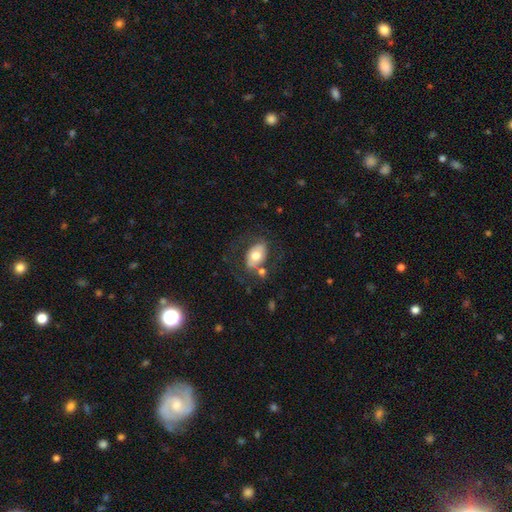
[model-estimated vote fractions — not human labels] smooth_or_featured: smooth (p=0.54) [alt: featured or disk p=0.39]
how_rounded: in between (p=0.80) [alt: round p=0.19]
merging: none (p=0.55) [alt: minor disturbance p=0.19]